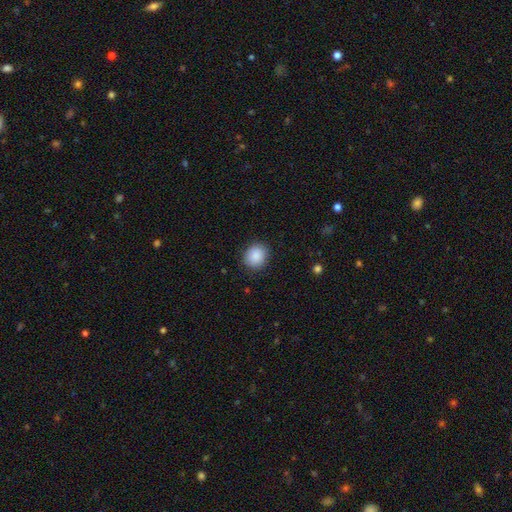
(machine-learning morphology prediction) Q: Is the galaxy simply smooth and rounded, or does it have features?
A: smooth — 88%.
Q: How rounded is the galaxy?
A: round — 77%.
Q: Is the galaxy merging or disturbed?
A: none — 87%.